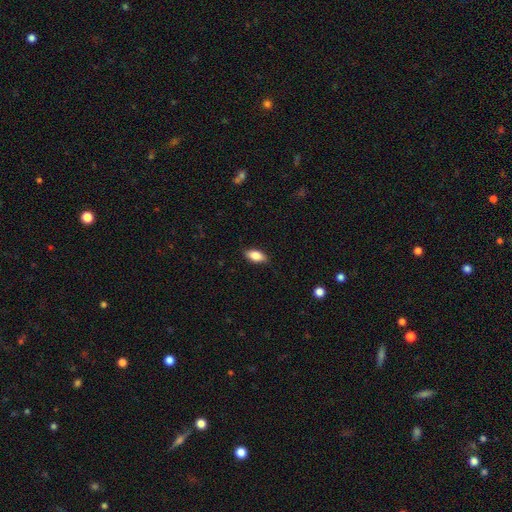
This appears to be a smooth galaxy with no disk features (85%) that is in between round and cigar-shaped (94%). Merging: none (84%).